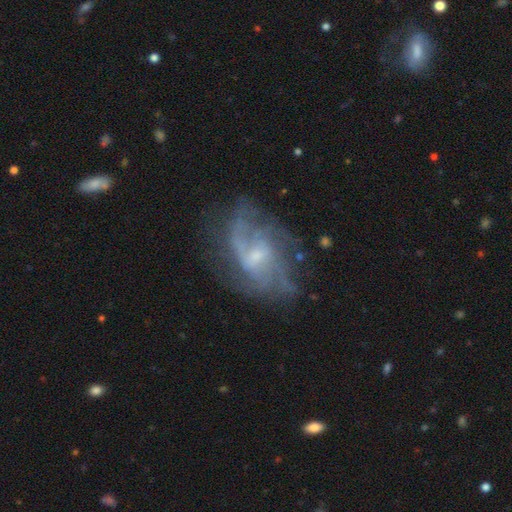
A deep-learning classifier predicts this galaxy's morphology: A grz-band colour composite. It shows a featured or disk galaxy (80%) with a weak bar (51%), loose (41%) spiral arms (86%) and a small central bulge (60%). Merging: none (58%).